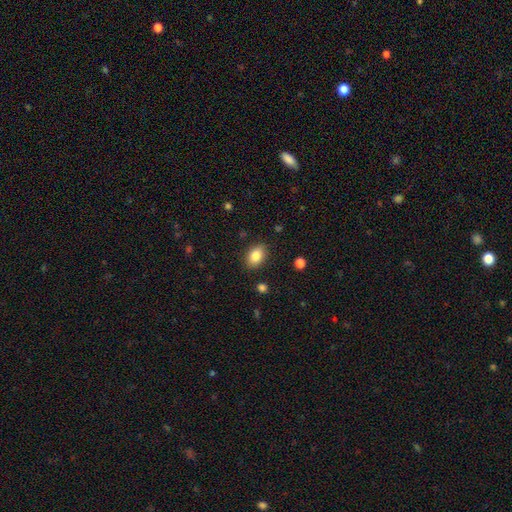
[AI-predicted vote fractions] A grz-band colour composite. It shows a smooth galaxy with no disk features (85%) that is in between round and cigar-shaped (81%). Merging: none (86%).